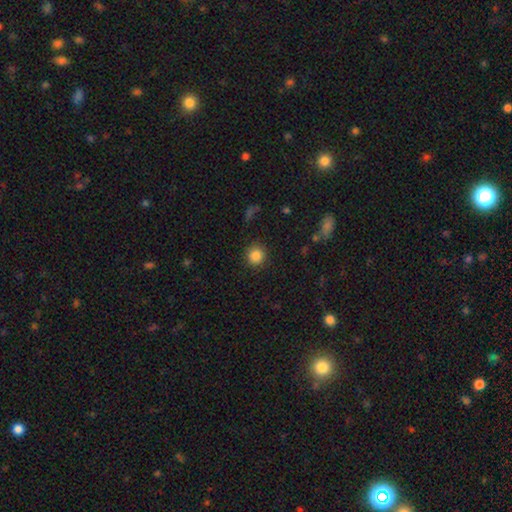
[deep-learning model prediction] smooth_or_featured: smooth (p=0.84) [alt: star or artifact p=0.11]
how_rounded: round (p=0.93) [alt: in between p=0.06]
merging: none (p=0.90) [alt: minor disturbance p=0.07]